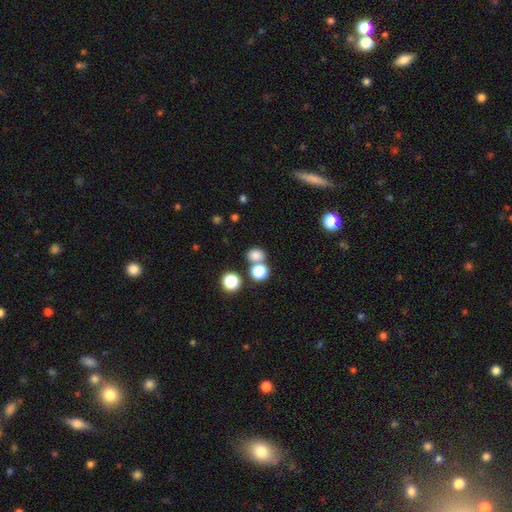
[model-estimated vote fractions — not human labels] smooth_or_featured: smooth (p=0.78) [alt: star or artifact p=0.15]
how_rounded: round (p=0.62) [alt: in between p=0.37]
merging: none (p=0.57) [alt: merger p=0.31]